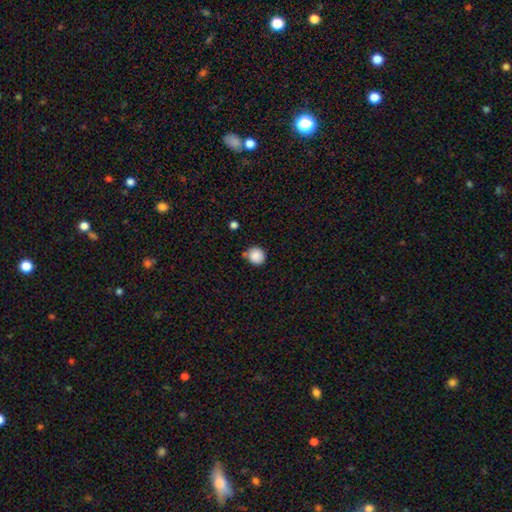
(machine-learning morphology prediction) This is clearly a smooth galaxy (88%). How rounded: clearly round (92%). Merging: likely none (72%).